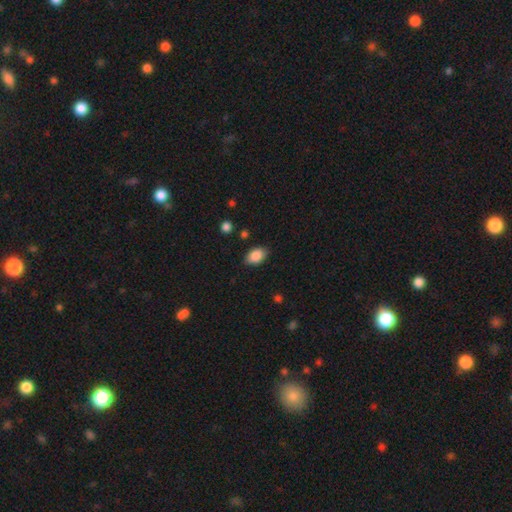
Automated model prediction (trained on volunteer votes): Smooth or featured? Predicted: smooth (p=0.87). How rounded? Predicted: in between (p=0.87). Merging? Predicted: none (p=0.82).